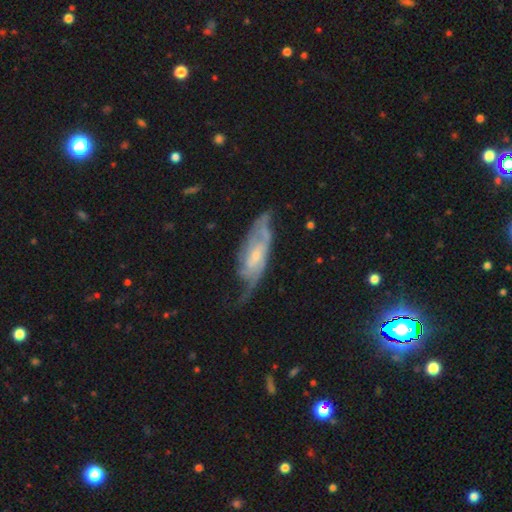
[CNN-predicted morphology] This is clearly a featured or disk galaxy (82%). It is clearly not viewed edge-on (88%). Bar: marginally no (45%). Spiral arm pattern: clearly yes (92%). Spiral arm count: possibly 2 (50%). Spiral winding: marginally medium (45%). Central bulge: likely small (63%). Merging: possibly none (54%).